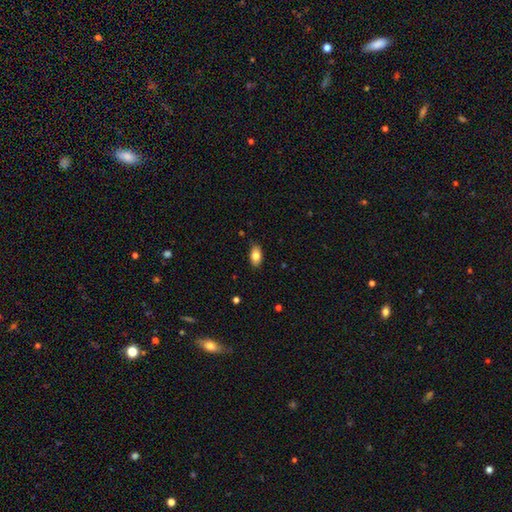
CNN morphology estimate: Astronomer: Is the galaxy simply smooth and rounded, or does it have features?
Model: smooth — 82%.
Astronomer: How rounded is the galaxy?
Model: in between — 91%.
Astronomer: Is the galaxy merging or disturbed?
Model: none — 85%.